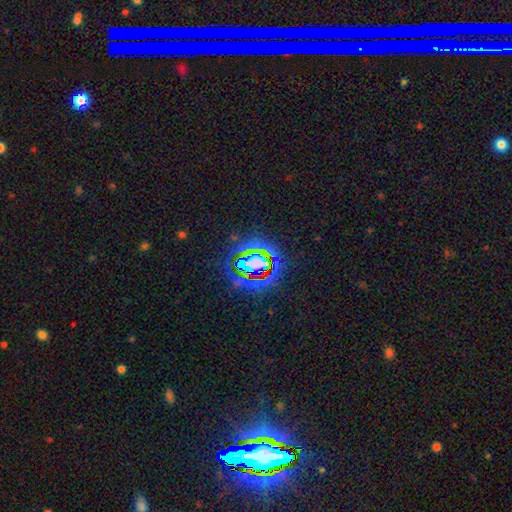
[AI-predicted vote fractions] This appears to be a star or artifact, not a galaxy (65%).